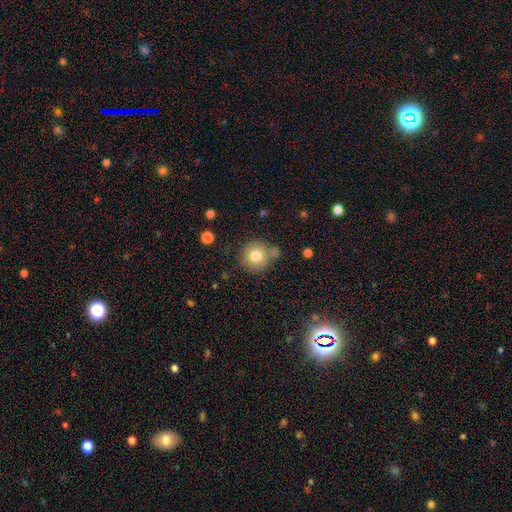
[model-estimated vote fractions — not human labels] smooth_or_featured: smooth (p=0.78) [alt: featured or disk p=0.11]
how_rounded: round (p=0.91) [alt: in between p=0.08]
merging: none (p=0.71) [alt: minor disturbance p=0.15]